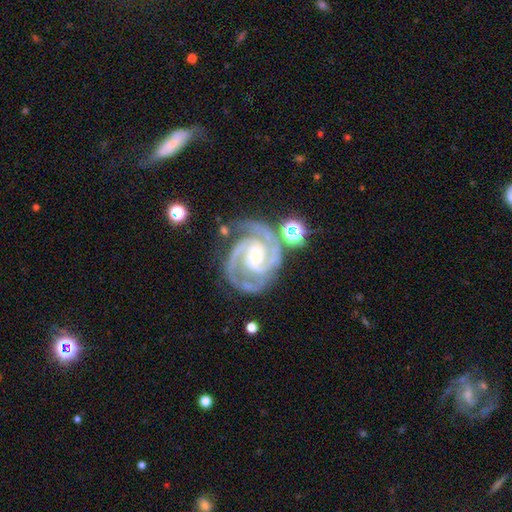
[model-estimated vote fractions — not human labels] A featured or disk galaxy (92%) with no bar (48%), 2 (55%) tight (60%) spiral arms (99%) and a small central bulge (59%).

Vote fractions:
- Smooth or featured? featured or disk: 92% / star or artifact: 4% / smooth: 3%
- Edge-on disk? no: 98% / yes: 2%
- Bar? no: 48% / weak: 36% / strong: 16%
- Spiral arms? yes: 99% / no: 1%
- Spiral winding? tight: 60% / medium: 36% / loose: 3%
- Spiral arm count? 2: 55% / 3: 29% / can't tell: 6% / 4: 4% / 1: 3% / more than 4: 3%
- Bulge size? small: 59% / moderate: 30% / none: 5% / large: 4% / dominant: 1%
- Merging? none: 67% / minor disturbance: 19% / major disturbance: 9% / merger: 6%